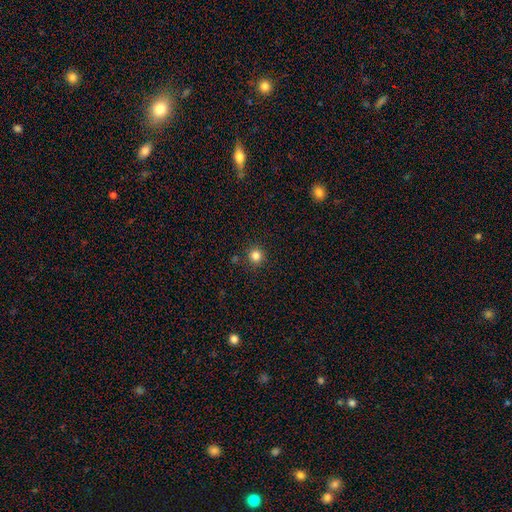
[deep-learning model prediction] Overall: smooth (83%). How rounded: round (95%). Merging: none (89%).